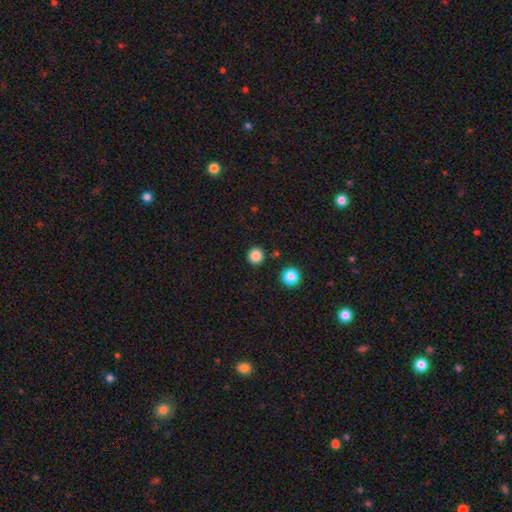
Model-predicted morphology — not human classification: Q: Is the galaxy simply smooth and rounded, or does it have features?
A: smooth — 85%.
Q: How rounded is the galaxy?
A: round — 93%.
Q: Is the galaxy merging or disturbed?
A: none — 90%.